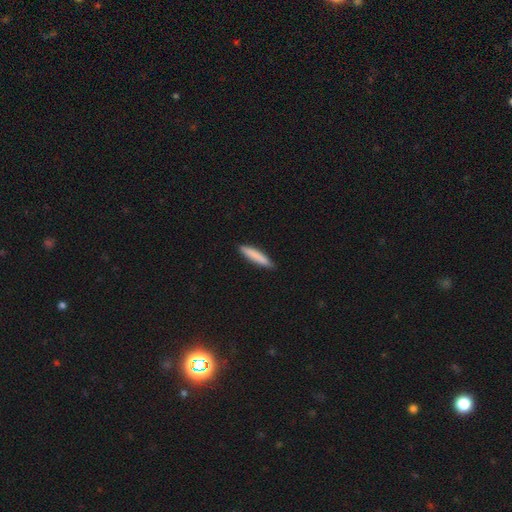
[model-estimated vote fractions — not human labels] A smooth galaxy with no disk features (84%) that is cigar-shaped (90%).

Vote fractions:
- Smooth or featured? smooth: 84% / featured or disk: 10% / star or artifact: 6%
- How rounded? cigar-shaped: 90% / in between: 9% / round: 1%
- Merging? none: 88% / minor disturbance: 9% / major disturbance: 2% / merger: 1%